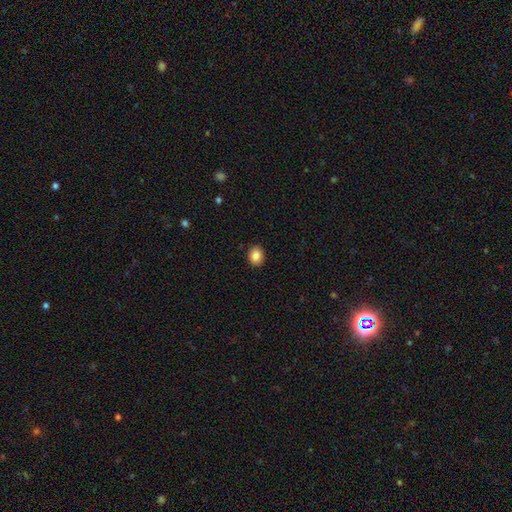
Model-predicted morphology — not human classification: A smooth galaxy with no disk features (86%) that is round (55%). Merging: none (90%).